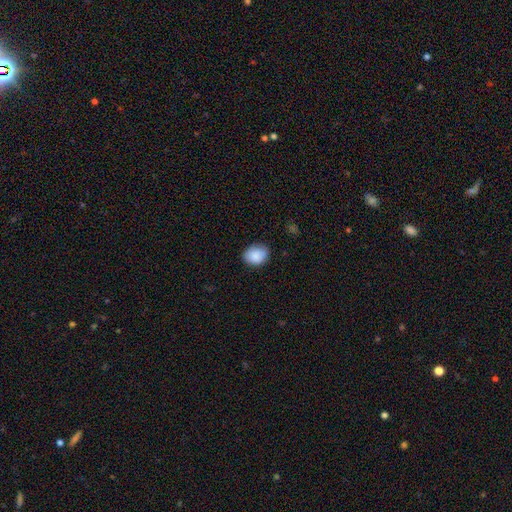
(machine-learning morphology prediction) The model was most divided on "how rounded": in between: 53%, round: 46%, cigar-shaped: 1%. More confident: smooth or featured — smooth (87%); merging — none (77%).